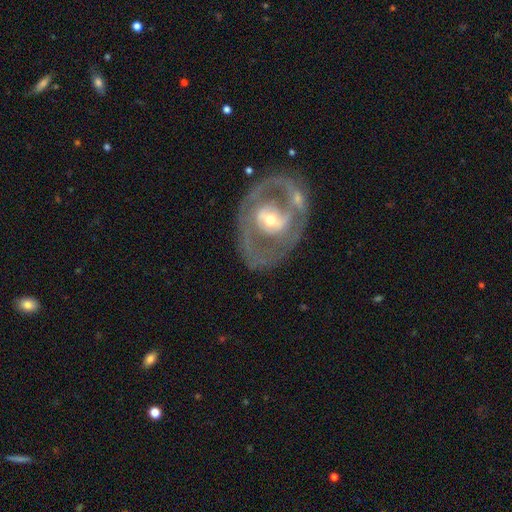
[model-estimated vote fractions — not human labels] Smooth or featured: featured or disk — 76% (smooth — 17%)
Edge-on disk: no — 95% (yes — 5%)
Bar: no — 54% (weak — 28%)
Spiral arms: no — 51% (yes — 49%)
Bulge size: moderate — 56% (small — 35%)
Merging: none — 57% (minor disturbance — 16%)